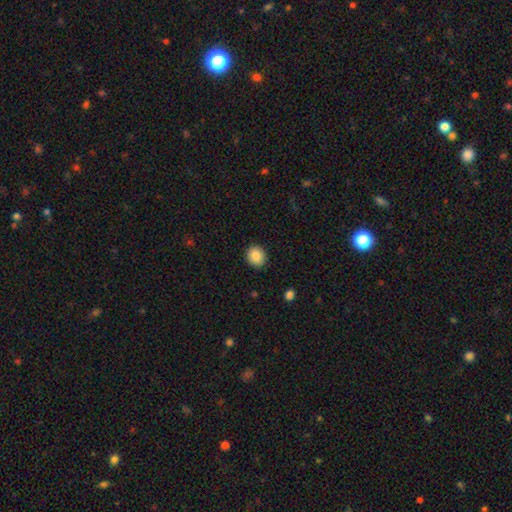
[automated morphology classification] Q: Smooth or featured?
A: smooth (86%); runner-up: star or artifact (9%)
Q: How rounded?
A: round (75%); runner-up: in between (24%)
Q: Merging?
A: none (89%); runner-up: minor disturbance (8%)